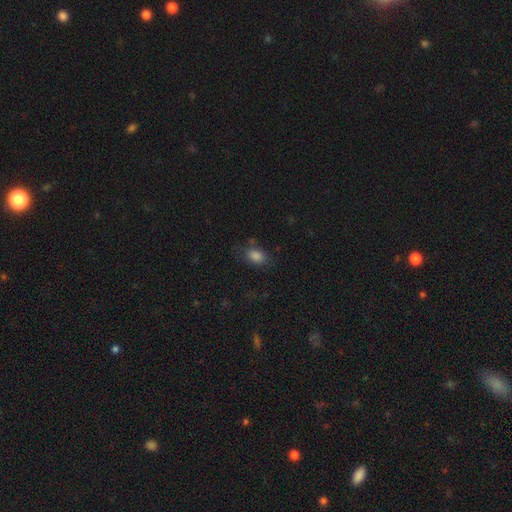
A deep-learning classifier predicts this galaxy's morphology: A smooth galaxy with no disk features (83%) that is in between round and cigar-shaped (82%). Merging: none (69%).